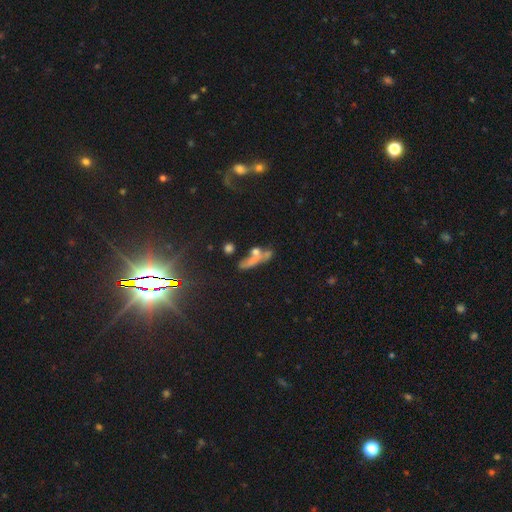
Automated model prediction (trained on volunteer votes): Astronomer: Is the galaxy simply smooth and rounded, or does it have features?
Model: smooth — 52% (runner-up: featured or disk, 31%).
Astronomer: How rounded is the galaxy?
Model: cigar-shaped — 57%.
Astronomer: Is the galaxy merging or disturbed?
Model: none — 38% (runner-up: merger, 31%).